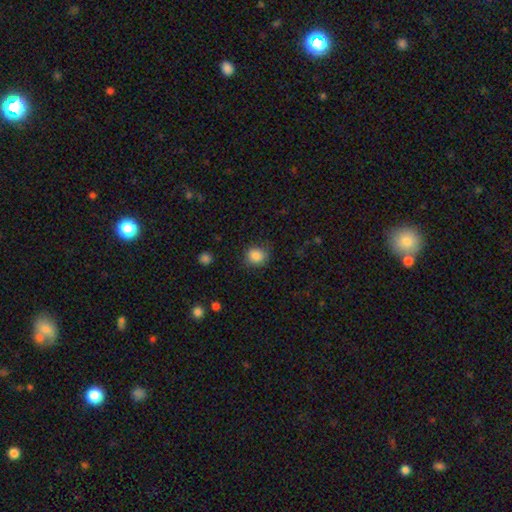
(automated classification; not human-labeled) smooth 86%, star or artifact 10%, featured or disk 4%. Down the decision tree: how rounded — round (78%); merging — none (81%).